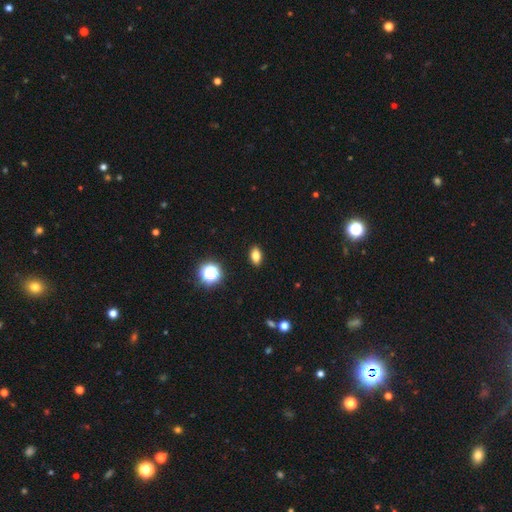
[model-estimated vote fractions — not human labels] Smooth or featured?
  - smooth: 77% *
  - star or artifact: 13%
  - featured or disk: 10%
How rounded?
  - in between: 83% *
  - round: 12%
  - cigar-shaped: 5%
Merging?
  - none: 90% *
  - minor disturbance: 7%
  - major disturbance: 2%
  - merger: 1%